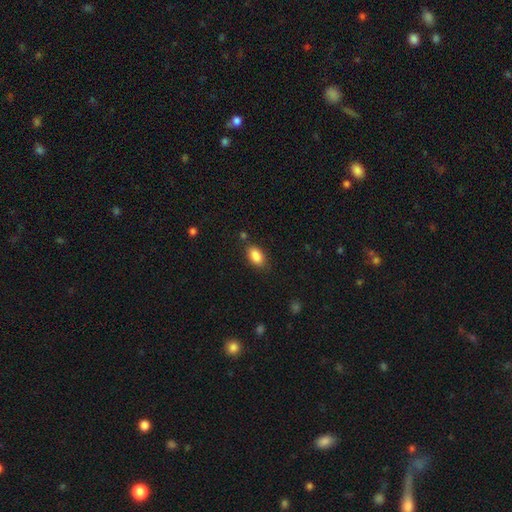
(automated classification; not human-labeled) Smooth or featured?
  - smooth: 88% *
  - star or artifact: 8%
  - featured or disk: 5%
How rounded?
  - in between: 91% *
  - round: 6%
  - cigar-shaped: 3%
Merging?
  - none: 80% *
  - minor disturbance: 13%
  - merger: 4%
  - major disturbance: 3%